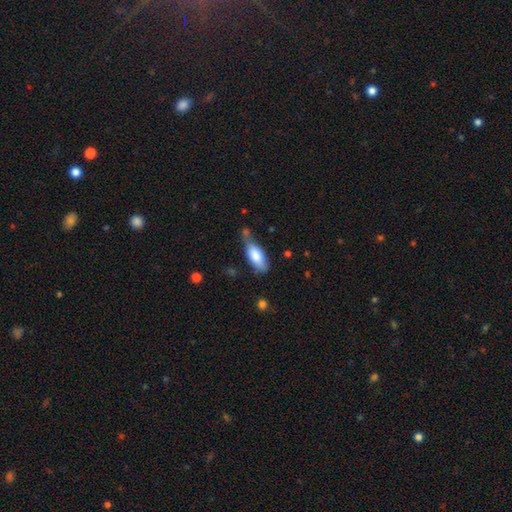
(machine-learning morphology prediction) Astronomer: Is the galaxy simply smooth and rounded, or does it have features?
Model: smooth — 80%.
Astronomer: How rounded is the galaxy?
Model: in between — 79%.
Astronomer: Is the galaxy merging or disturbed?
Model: none — 47% (runner-up: minor disturbance, 32%).